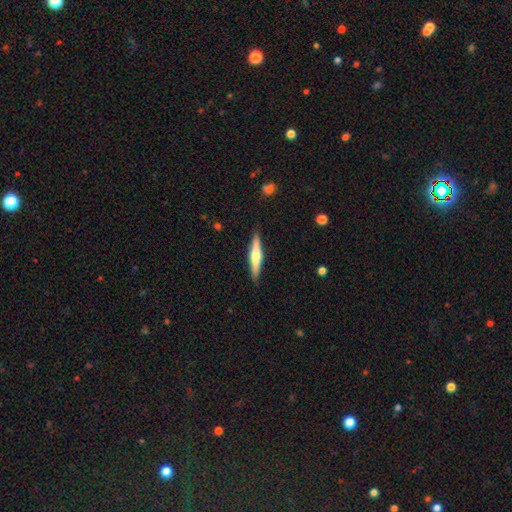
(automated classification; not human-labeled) Overall: featured or disk (60%; smooth 34%). Edge-on disk: yes (97%). Edge-on bulge: rounded (85%). Merging: none (90%).